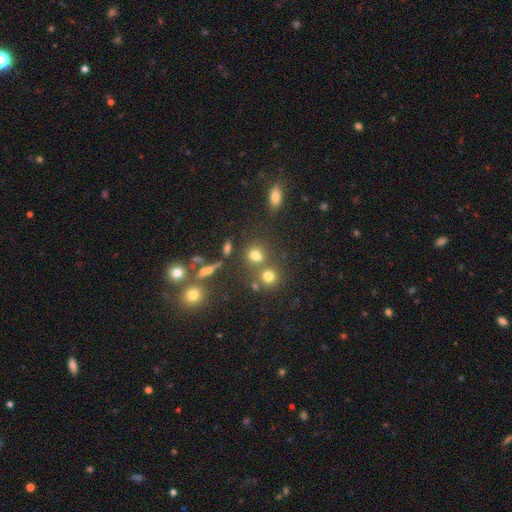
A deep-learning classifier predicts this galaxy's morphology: Smooth or featured? smooth (68%)
How rounded? round (53%)
Merging? none (54%)